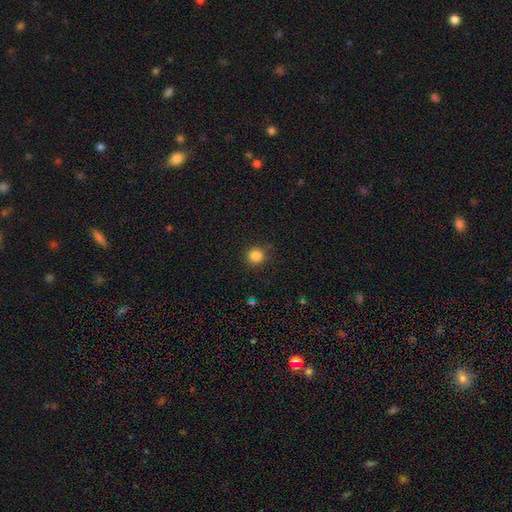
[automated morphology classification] Smooth or featured? Predicted: smooth (p=0.84). How rounded? Predicted: round (p=0.93). Merging? Predicted: none (p=0.88).